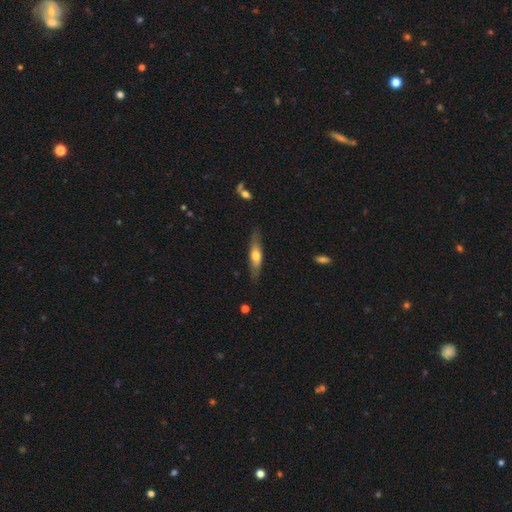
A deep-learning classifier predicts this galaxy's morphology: Smooth or featured? Predicted: smooth (p=0.52). How rounded? Predicted: cigar-shaped (p=0.69). Merging? Predicted: none (p=0.81).